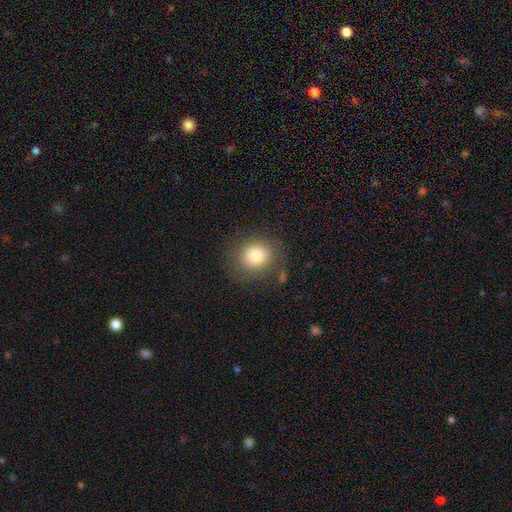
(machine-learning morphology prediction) Overall: smooth (80%). How rounded: round (83%). Merging: none (81%).